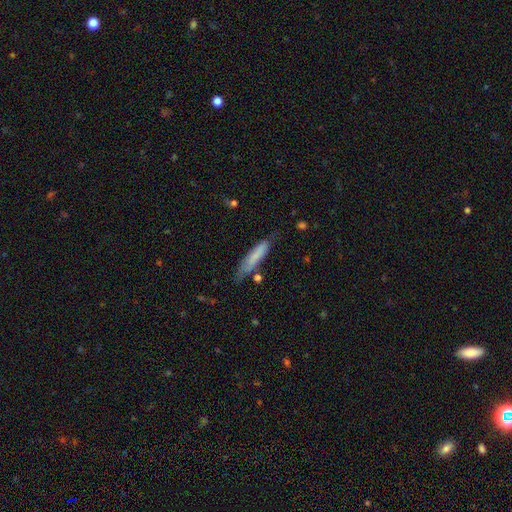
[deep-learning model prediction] This is likely a smooth galaxy (74%). How rounded: clearly cigar-shaped (82%). Merging: likely none (65%).